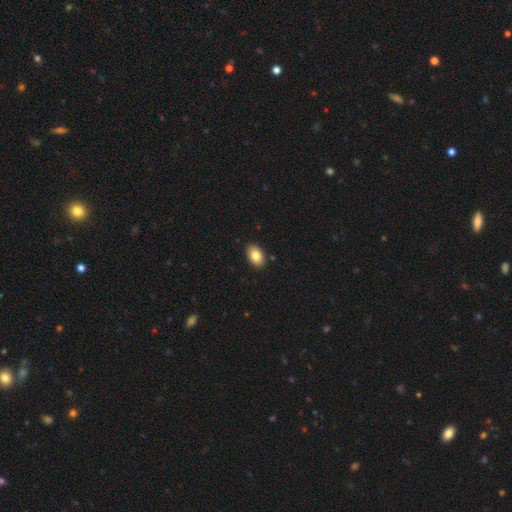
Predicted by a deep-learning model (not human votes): The model was most divided on "smooth or featured": smooth: 83%, featured or disk: 9%, star or artifact: 7%. More confident: how rounded — in between (90%); merging — none (89%).